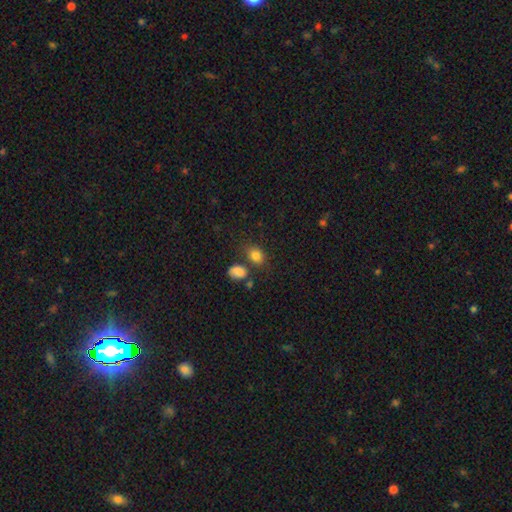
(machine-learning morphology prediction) type=smooth (82%); roundness=in between (60%); merging=none (64%).